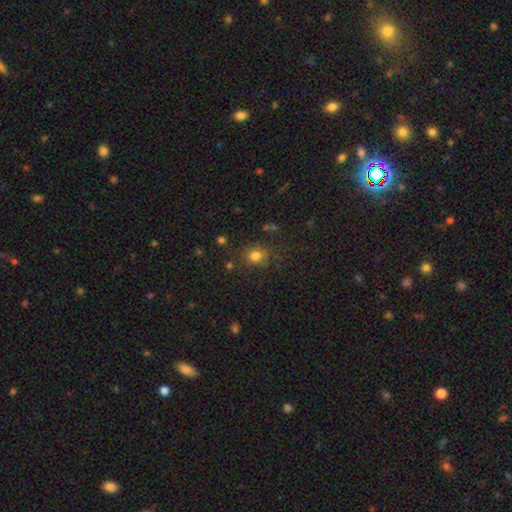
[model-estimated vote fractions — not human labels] Smooth or featured?
  - smooth: 78% *
  - star or artifact: 15%
  - featured or disk: 7%
How rounded?
  - round: 71% *
  - in between: 28%
  - cigar-shaped: 1%
Merging?
  - none: 79% *
  - minor disturbance: 13%
  - major disturbance: 5%
  - merger: 4%